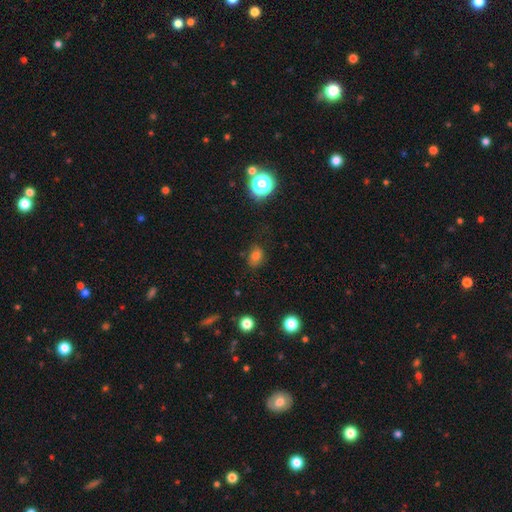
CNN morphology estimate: This is likely a smooth galaxy (75%). How rounded: likely in between (71%). Merging: likely none (74%).